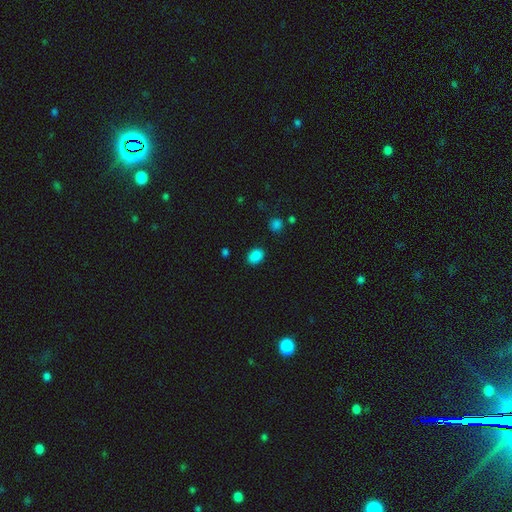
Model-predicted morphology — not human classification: smooth 86%, star or artifact 11%, featured or disk 3%. Down the decision tree: how rounded — in between (72%); merging — none (86%).